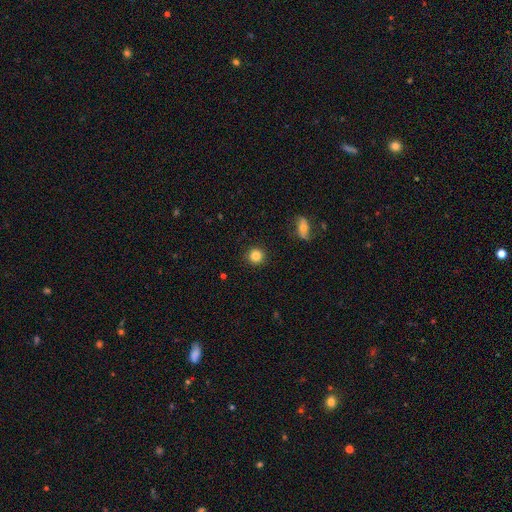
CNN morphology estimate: smooth_or_featured: smooth (p=0.84) [alt: star or artifact p=0.10]
how_rounded: round (p=0.94) [alt: in between p=0.05]
merging: none (p=0.91) [alt: minor disturbance p=0.06]